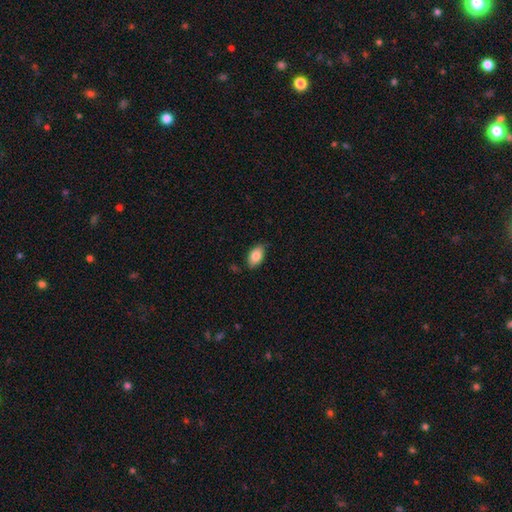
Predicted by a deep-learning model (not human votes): A smooth galaxy with no disk features (84%) that is in between round and cigar-shaped (93%). Merging: none (83%).